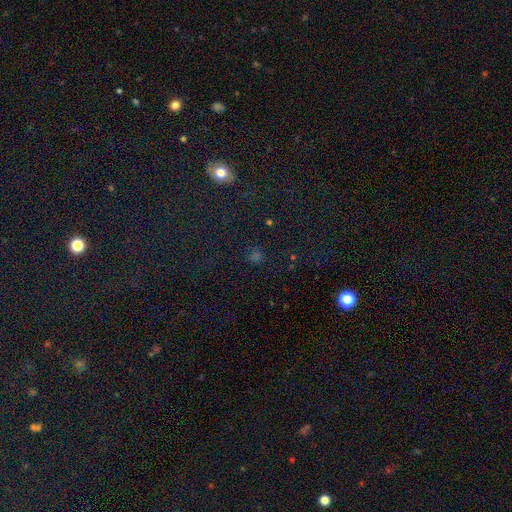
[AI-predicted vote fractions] A smooth galaxy with no disk features (50%). Merging: none (82%).